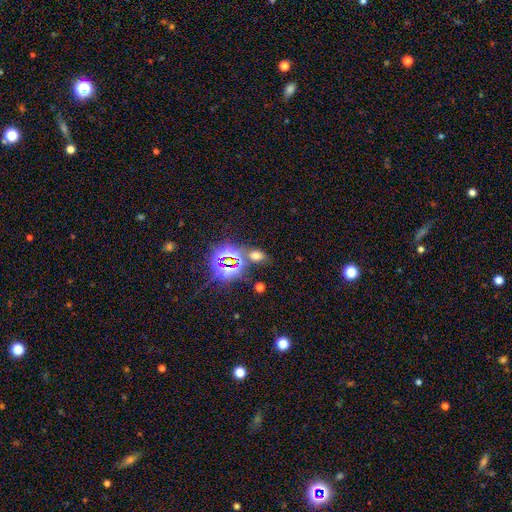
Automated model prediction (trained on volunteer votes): smooth-or-featured: smooth: 51% | star or artifact: 41% | featured or disk: 8%
  how-rounded: in between: 79% | round: 18% | cigar-shaped: 3%
  merging: none: 72% | minor disturbance: 12% | merger: 12% | major disturbance: 5%